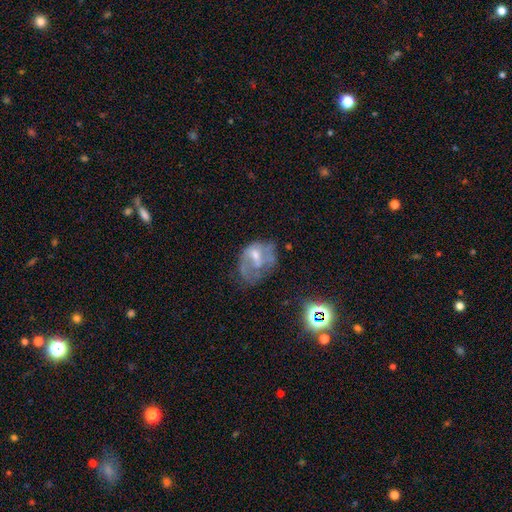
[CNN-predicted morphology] Overall: featured or disk (58%; smooth 32%). Edge-on disk: no (97%). Bar: no (54%; weak 37%). Spiral arms: no (60%; yes 40%). Bulge size: moderate (47%; small 36%). Merging: major disturbance (36%; none 32%).